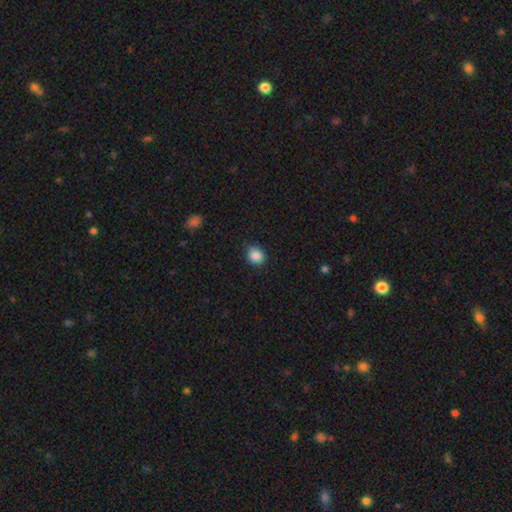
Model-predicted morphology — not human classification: Overall: smooth (86%). How rounded: round (75%). Merging: none (78%).